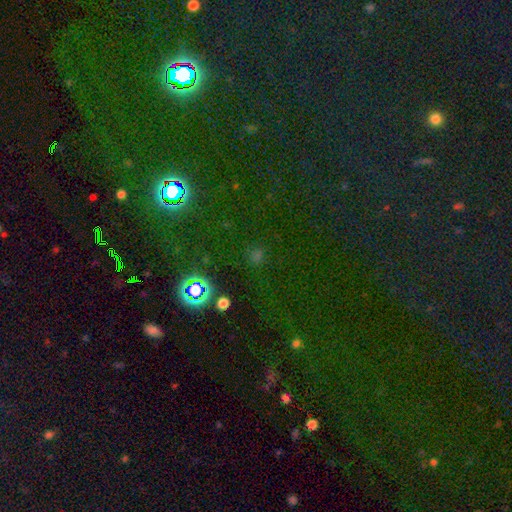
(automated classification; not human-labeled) This is likely a star or artifact rather than a galaxy (65%).